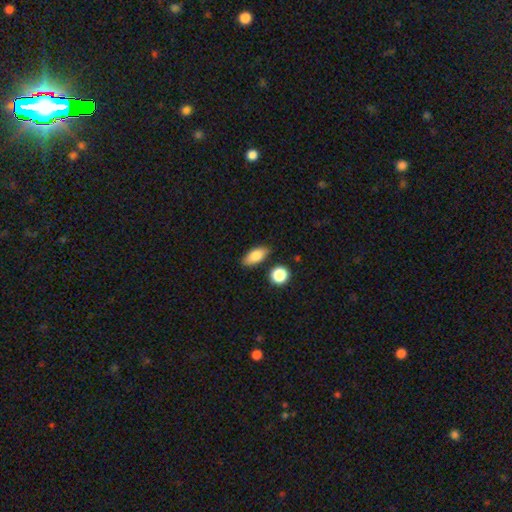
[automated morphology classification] smooth 81%, featured or disk 11%, star or artifact 8%. Down the decision tree: how rounded — in between (84%); merging — none (82%).